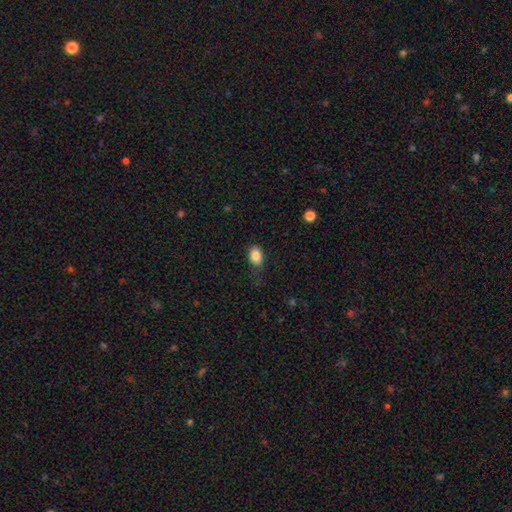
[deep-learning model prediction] Smooth or featured?
  - smooth: 85% *
  - star or artifact: 9%
  - featured or disk: 6%
How rounded?
  - in between: 80% *
  - round: 19%
  - cigar-shaped: 1%
Merging?
  - none: 71% *
  - minor disturbance: 22%
  - major disturbance: 5%
  - merger: 1%